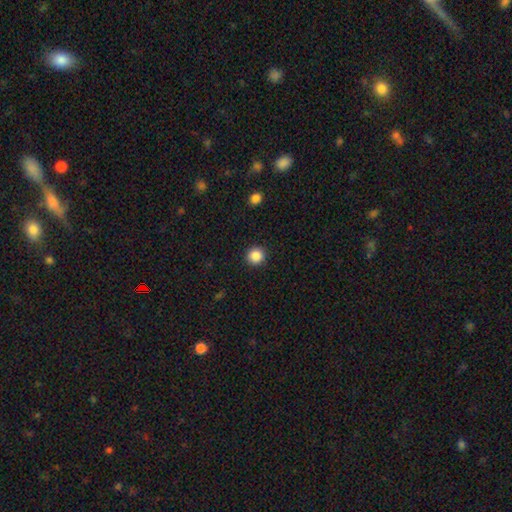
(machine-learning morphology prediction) The model was most divided on "smooth or featured": smooth: 87%, star or artifact: 10%, featured or disk: 4%. More confident: how rounded — round (94%); merging — none (93%).